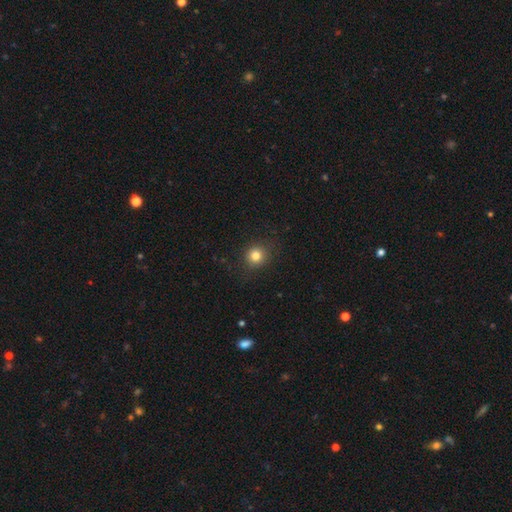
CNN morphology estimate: Smooth or featured: smooth — 82% (star or artifact — 13%)
How rounded: round — 89% (in between — 11%)
Merging: none — 89% (minor disturbance — 8%)